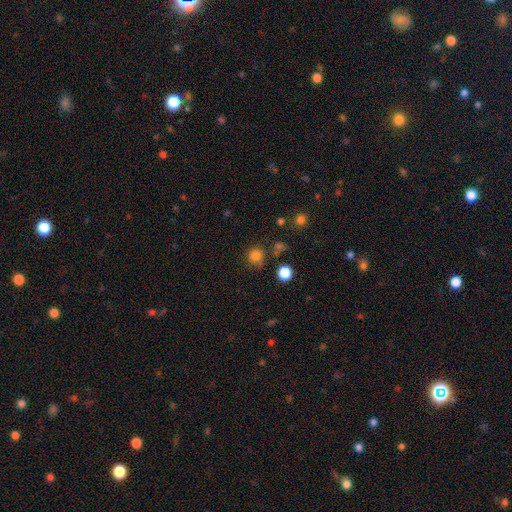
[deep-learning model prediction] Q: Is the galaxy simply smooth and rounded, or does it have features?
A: smooth — 79%.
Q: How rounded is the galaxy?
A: round — 91%.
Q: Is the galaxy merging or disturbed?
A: none — 77%.